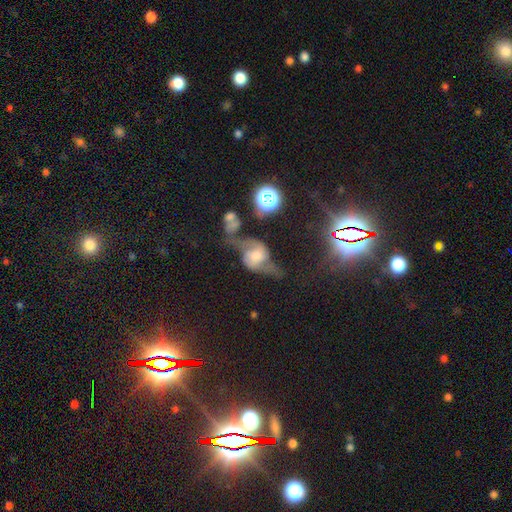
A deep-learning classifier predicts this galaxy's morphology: Smooth or featured? featured or disk (70%)
Edge-on disk? no (91%)
Bar? no (58%)
Spiral arms? yes (86%)
Spiral winding? loose (72%)
Spiral arm count? 2 (89%)
Bulge size? moderate (42%)
Merging? none (36%)